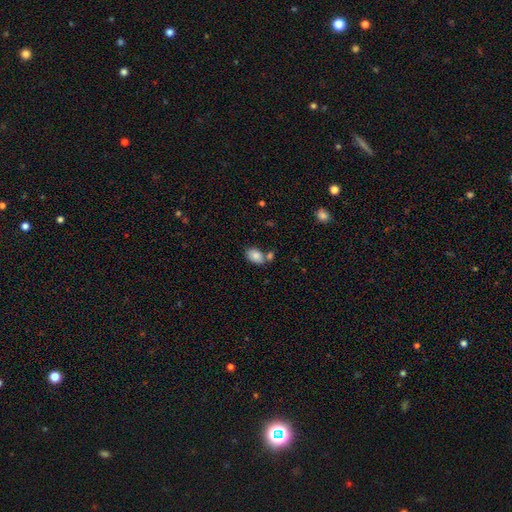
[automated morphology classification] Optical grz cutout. It shows a smooth galaxy with no disk features (84%) that is in between round and cigar-shaped (86%). Merging: none (58%).